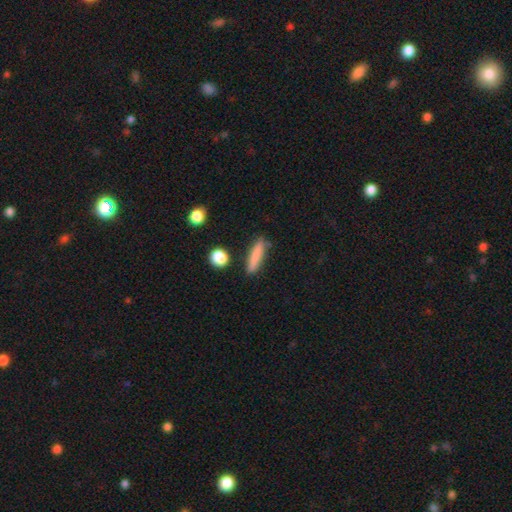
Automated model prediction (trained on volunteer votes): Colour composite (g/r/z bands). It shows a smooth galaxy with no disk features (81%) that is cigar-shaped (80%). Merging: none (82%).